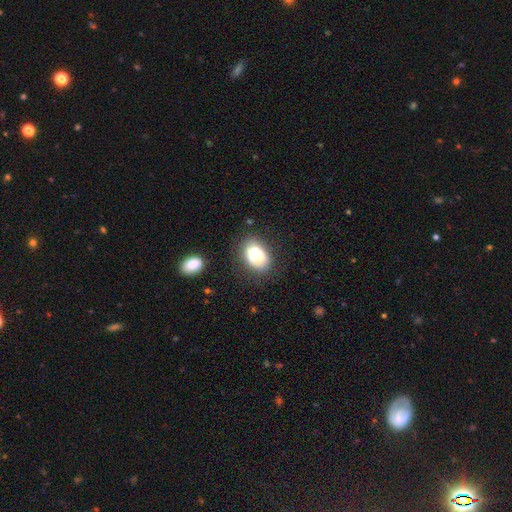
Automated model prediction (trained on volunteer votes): Morphology: type=smooth (73%); roundness=in between (82%); merging=none (68%).